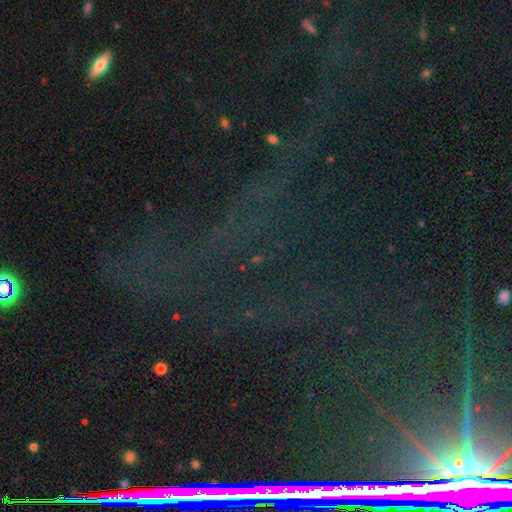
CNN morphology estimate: smooth_or_featured: star or artifact (p=0.77) [alt: featured or disk p=0.13]